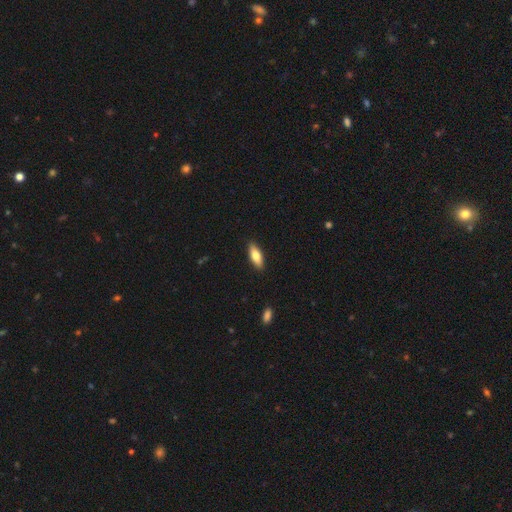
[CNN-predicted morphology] Smooth or featured?
  - smooth: 78% *
  - featured or disk: 16%
  - star or artifact: 6%
How rounded?
  - in between: 68% *
  - cigar-shaped: 30%
  - round: 2%
Merging?
  - none: 89% *
  - minor disturbance: 8%
  - major disturbance: 2%
  - merger: 1%